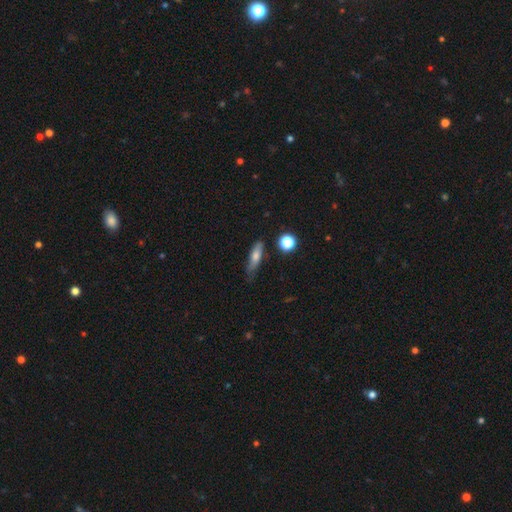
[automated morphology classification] The model was most divided on "how rounded": cigar-shaped: 53%, in between: 42%, round: 5%. More confident: smooth or featured — smooth (68%); merging — none (64%).